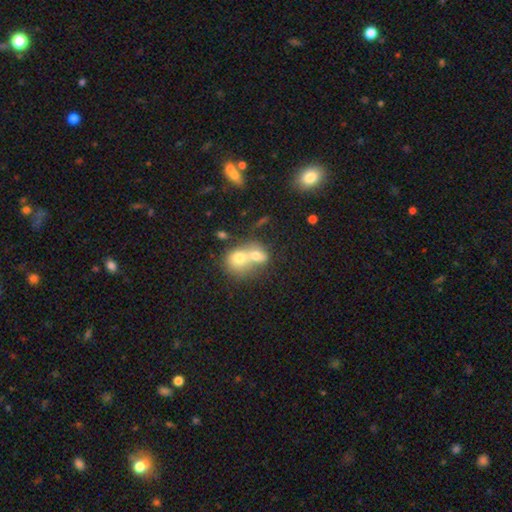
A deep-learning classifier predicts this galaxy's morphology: A smooth galaxy with no disk features (68%) that is round (50%). Merging: merger (78%).